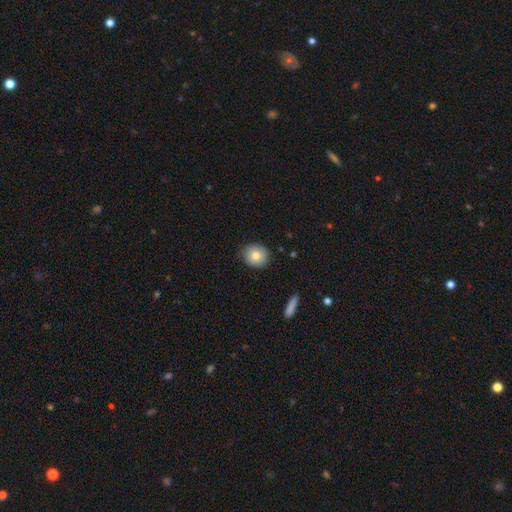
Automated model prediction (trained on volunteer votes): Smooth or featured? Predicted: smooth (p=0.79). How rounded? Predicted: round (p=0.86). Merging? Predicted: none (p=0.84).